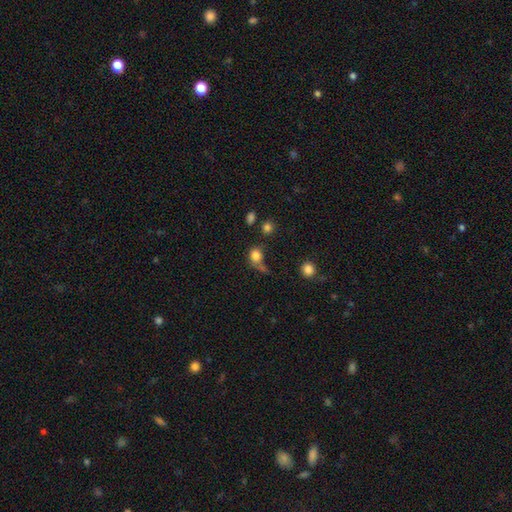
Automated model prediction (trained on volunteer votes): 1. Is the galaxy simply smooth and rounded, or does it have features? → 80% smooth, 12% star or artifact, 8% featured or disk.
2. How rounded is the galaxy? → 67% round, 32% in between, 2% cigar-shaped.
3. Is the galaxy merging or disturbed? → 45% none, 22% minor disturbance, 17% major disturbance, 16% merger.